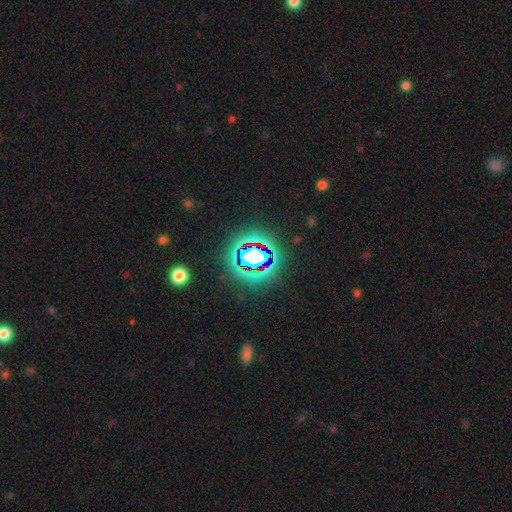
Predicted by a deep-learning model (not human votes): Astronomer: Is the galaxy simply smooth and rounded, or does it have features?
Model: star or artifact — 70%.